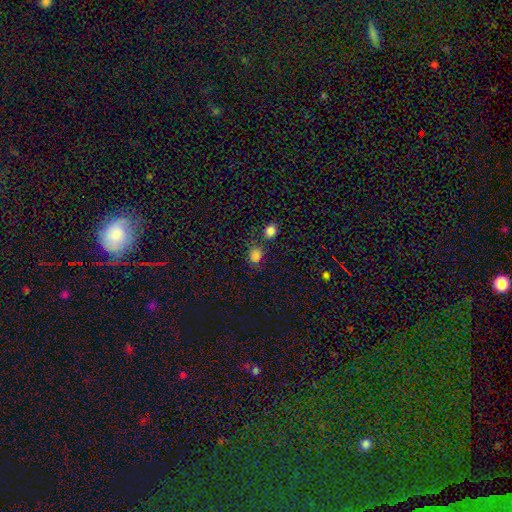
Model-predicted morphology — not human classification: A smooth galaxy with no disk features (78%) that is round (60%).

Vote fractions:
- Smooth or featured? smooth: 78% / star or artifact: 17% / featured or disk: 4%
- How rounded? round: 60% / in between: 38% / cigar-shaped: 1%
- Merging? none: 66% / merger: 14% / minor disturbance: 14% / major disturbance: 5%